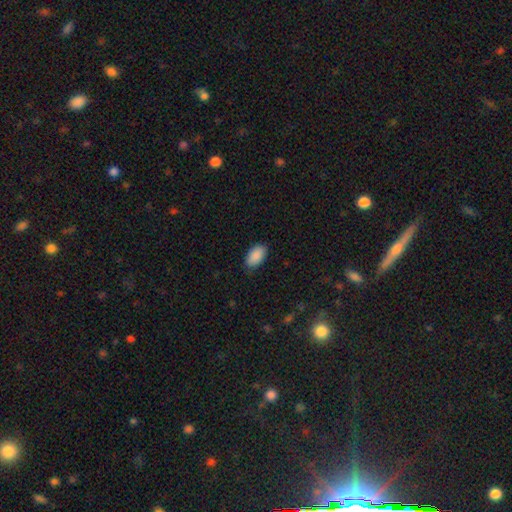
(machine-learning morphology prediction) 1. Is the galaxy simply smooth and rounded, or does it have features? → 90% smooth, 6% star or artifact, 3% featured or disk.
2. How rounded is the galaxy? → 94% in between, 4% round, 2% cigar-shaped.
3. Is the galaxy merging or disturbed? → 85% none, 11% minor disturbance, 2% major disturbance, 1% merger.